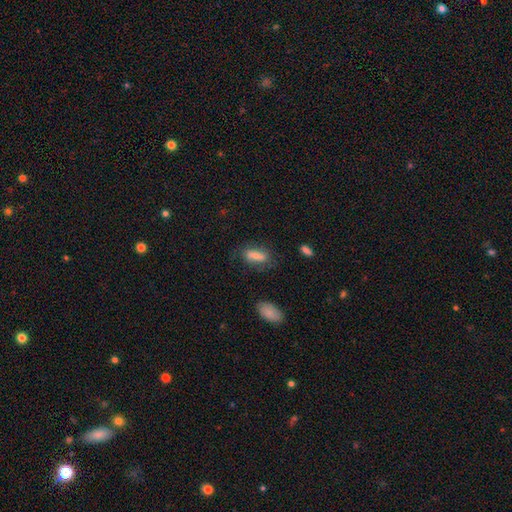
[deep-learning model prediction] smooth 72%, featured or disk 19%, star or artifact 9%. Down the decision tree: how rounded — in between (72%); merging — none (65%).